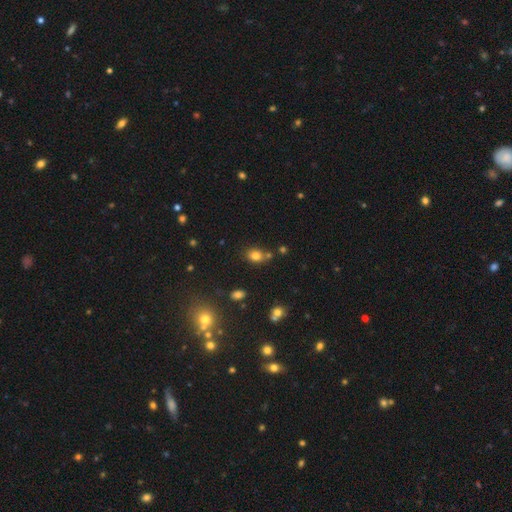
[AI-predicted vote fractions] A smooth galaxy with no disk features (78%) that is round (55%).

Vote fractions:
- Smooth or featured? smooth: 78% / star or artifact: 14% / featured or disk: 8%
- How rounded? round: 55% / in between: 44% / cigar-shaped: 1%
- Merging? none: 67% / merger: 15% / minor disturbance: 14% / major disturbance: 4%